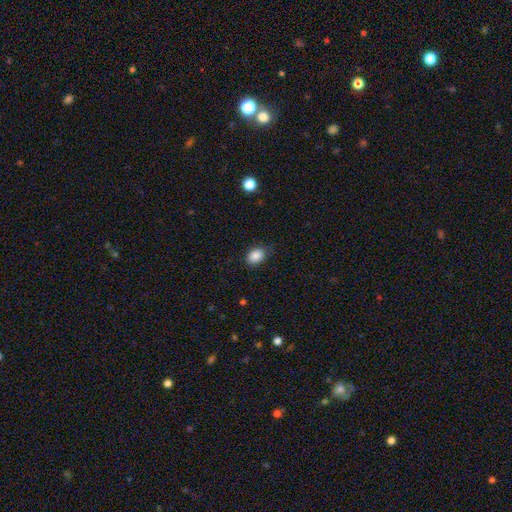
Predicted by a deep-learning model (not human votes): Smooth or featured? smooth (88%)
How rounded? in between (72%)
Merging? none (80%)